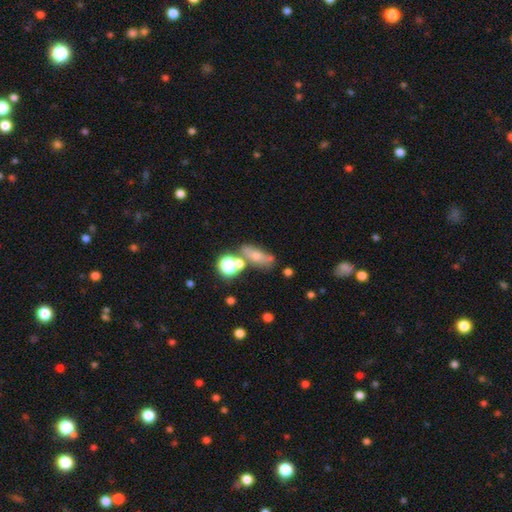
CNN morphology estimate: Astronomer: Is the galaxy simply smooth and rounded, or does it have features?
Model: smooth — 59%.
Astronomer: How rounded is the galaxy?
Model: in between — 55%.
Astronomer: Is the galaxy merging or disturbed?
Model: none — 52%.